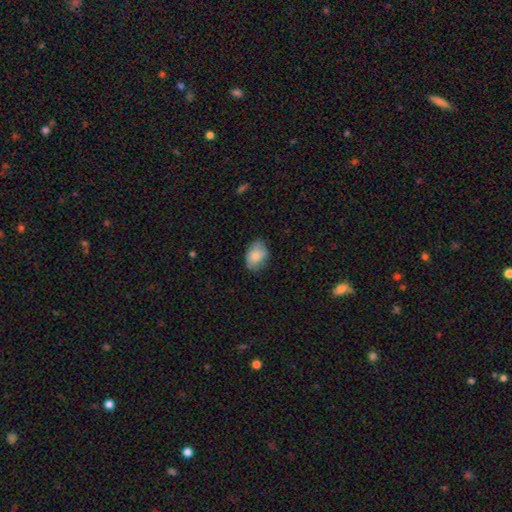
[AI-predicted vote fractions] Morphology: type=smooth (79%); roundness=in between (82%); merging=none (67%).